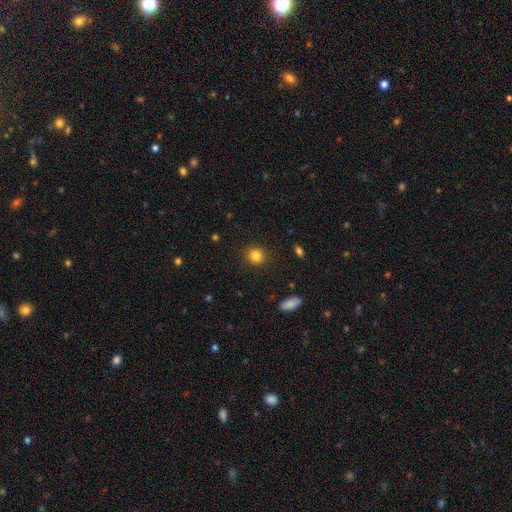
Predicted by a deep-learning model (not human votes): Smooth or featured? smooth (83%)
How rounded? round (84%)
Merging? none (89%)